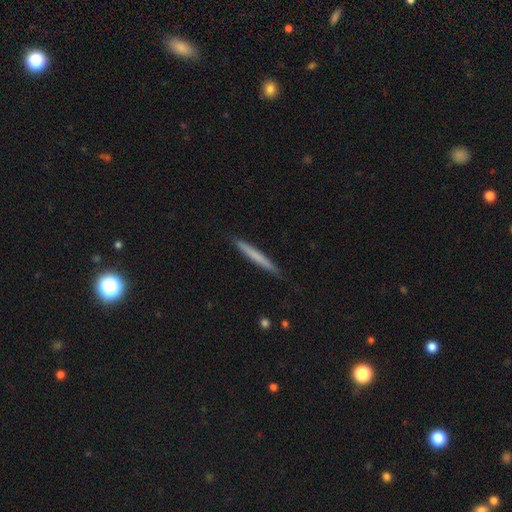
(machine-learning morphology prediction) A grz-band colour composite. It shows a smooth galaxy with no disk features (63%) that is cigar-shaped (97%). Merging: none (89%).